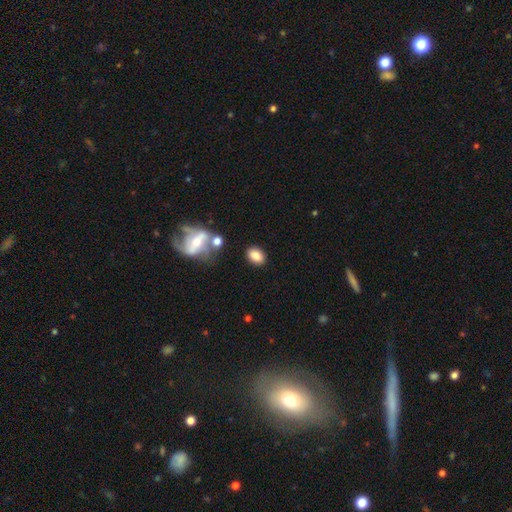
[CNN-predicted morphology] Q: Smooth or featured?
A: smooth (81%); runner-up: featured or disk (10%)
Q: How rounded?
A: in between (81%); runner-up: round (17%)
Q: Merging?
A: none (80%); runner-up: minor disturbance (11%)